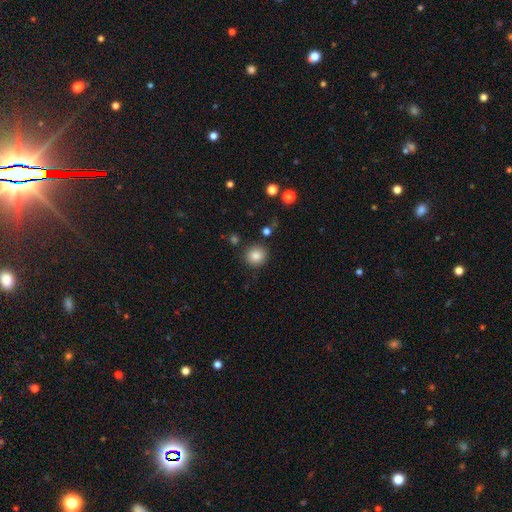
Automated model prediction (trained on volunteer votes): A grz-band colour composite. It shows a smooth galaxy with no disk features (84%) that is round (88%). Merging: none (87%).